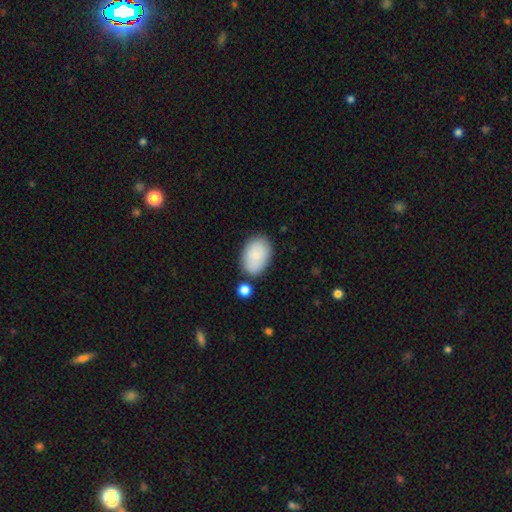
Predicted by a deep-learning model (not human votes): Q: Smooth or featured?
A: smooth (85%); runner-up: featured or disk (9%)
Q: How rounded?
A: in between (91%); runner-up: round (8%)
Q: Merging?
A: none (74%); runner-up: minor disturbance (15%)